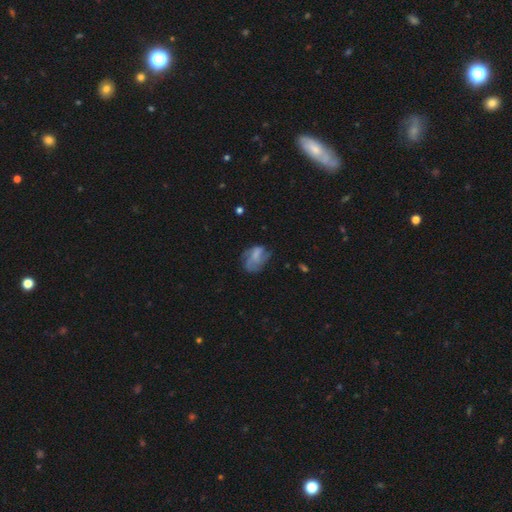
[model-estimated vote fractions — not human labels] Smooth or featured? smooth (46%)
Merging? none (41%)